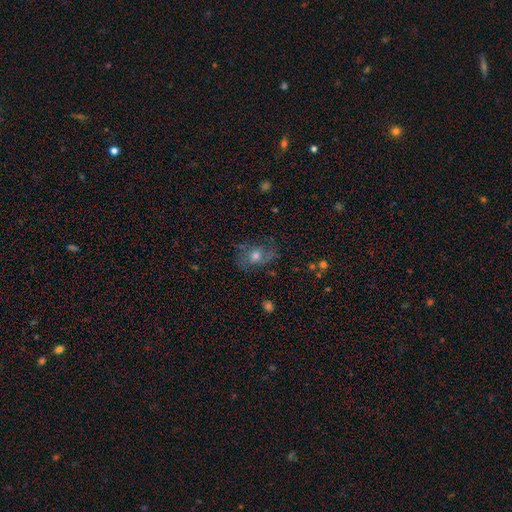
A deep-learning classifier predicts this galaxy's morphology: A smooth galaxy with no disk features (43%).

Vote fractions:
- Smooth or featured? smooth: 43% / featured or disk: 41% / star or artifact: 16%
- Merging? none: 66% / minor disturbance: 20% / major disturbance: 12% / merger: 2%